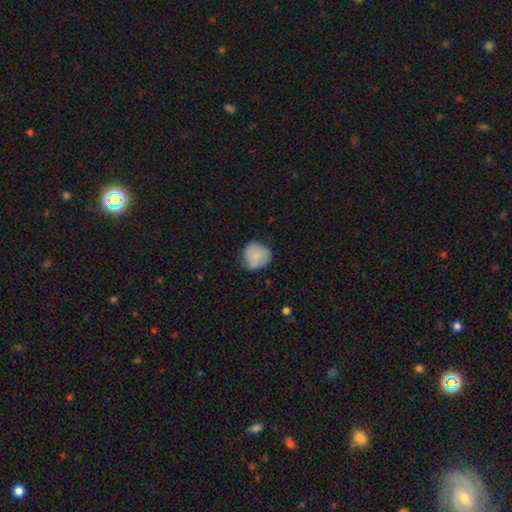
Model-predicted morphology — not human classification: Smooth or featured? smooth (73%)
How rounded? round (84%)
Merging? none (62%)